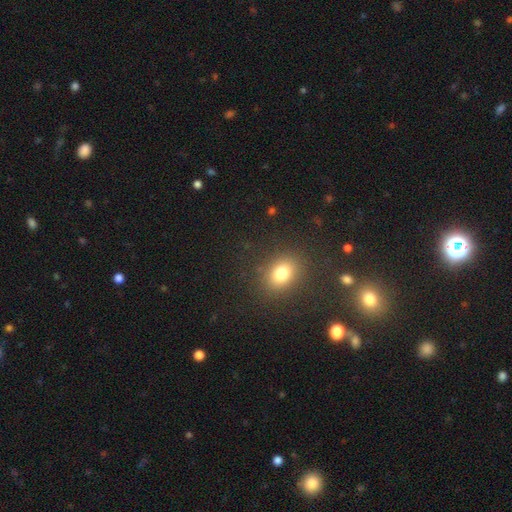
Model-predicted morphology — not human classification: type=smooth (56%); roundness=round (71%); merging=none (87%).